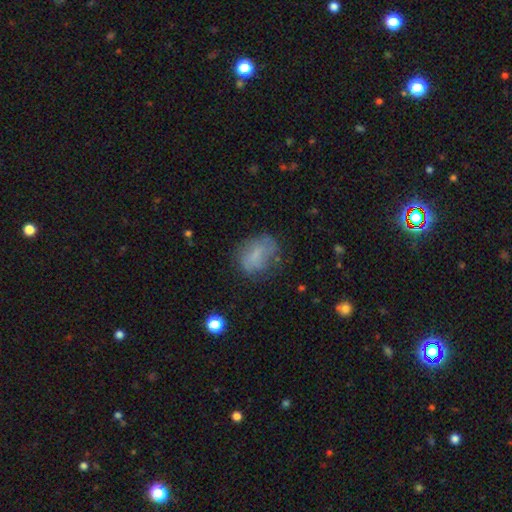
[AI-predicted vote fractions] Smooth or featured? Predicted: smooth (p=0.64). How rounded? Predicted: in between (p=0.69). Merging? Predicted: none (p=0.59).